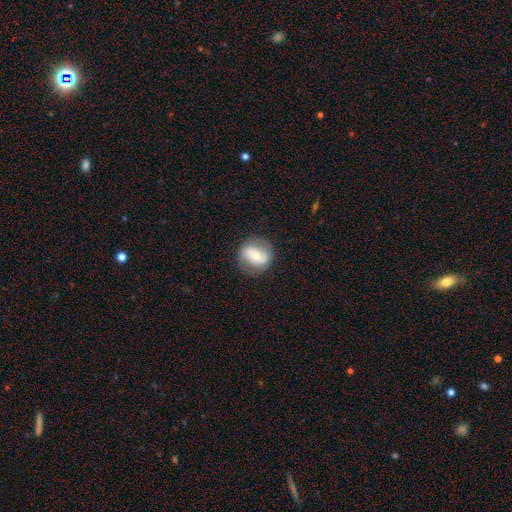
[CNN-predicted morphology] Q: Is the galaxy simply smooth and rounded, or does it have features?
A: featured or disk — 47%.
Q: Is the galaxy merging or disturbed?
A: none — 79%.